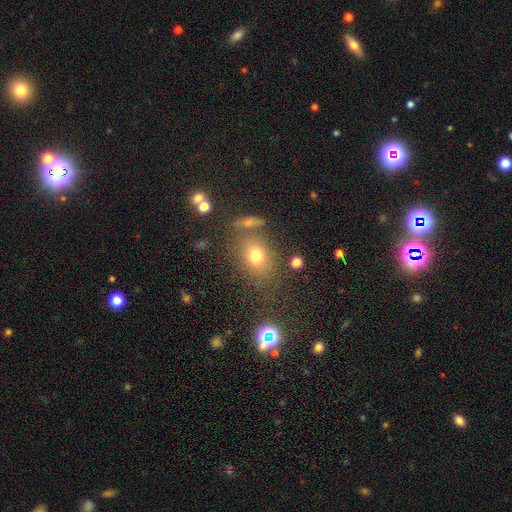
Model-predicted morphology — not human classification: A smooth galaxy with no disk features (72%) that is in between round and cigar-shaped (56%).

Vote fractions:
- Smooth or featured? smooth: 72% / star or artifact: 15% / featured or disk: 13%
- How rounded? in between: 56% / round: 42% / cigar-shaped: 2%
- Merging? none: 70% / minor disturbance: 14% / merger: 10% / major disturbance: 6%